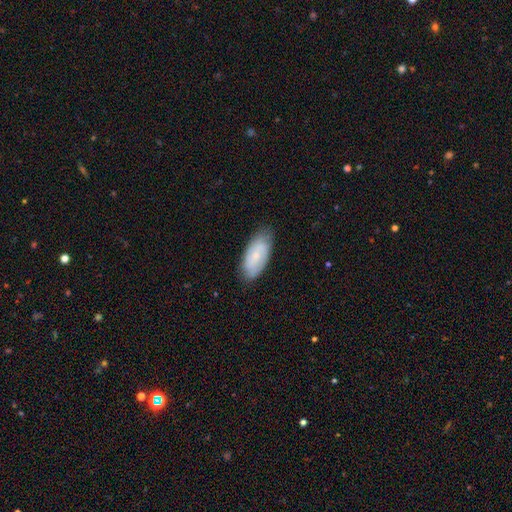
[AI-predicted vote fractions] Overall: featured or disk (51%; smooth 43%). Edge-on disk: no (92%). Merging: none (79%).